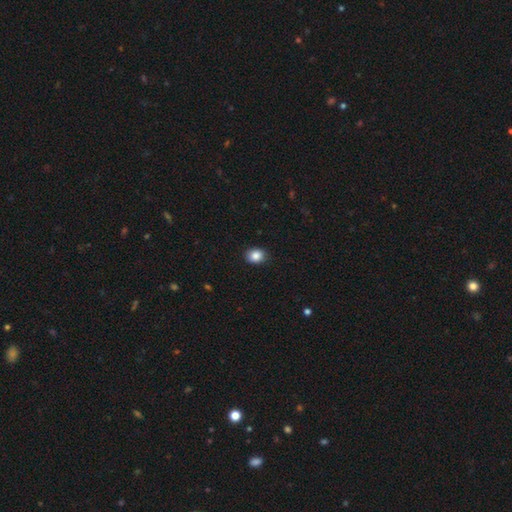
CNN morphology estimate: Smooth or featured?
  - smooth: 87% *
  - star or artifact: 9%
  - featured or disk: 4%
How rounded?
  - round: 53% *
  - in between: 46%
  - cigar-shaped: 1%
Merging?
  - none: 88% *
  - minor disturbance: 9%
  - major disturbance: 2%
  - merger: 1%